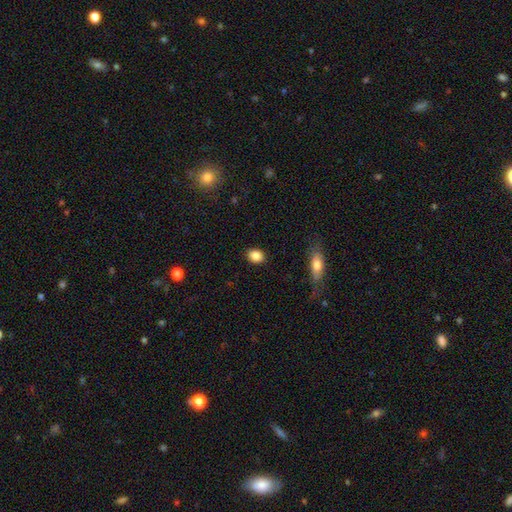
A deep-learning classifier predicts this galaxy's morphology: Smooth or featured? Predicted: smooth (p=0.87). How rounded? Predicted: in between (p=0.61). Merging? Predicted: none (p=0.89).